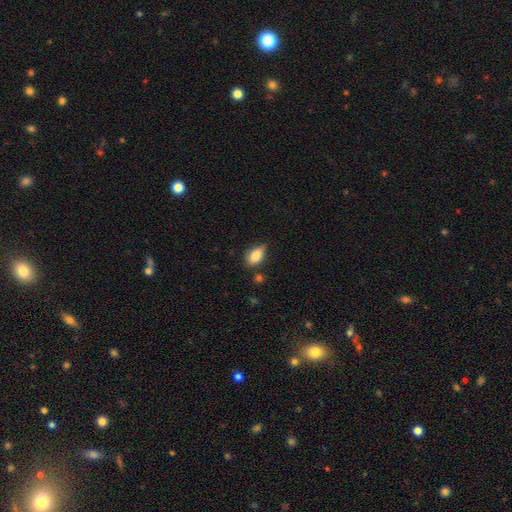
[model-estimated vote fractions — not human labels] A smooth galaxy with no disk features (82%) that is in between round and cigar-shaped (85%).

Vote fractions:
- Smooth or featured? smooth: 82% / featured or disk: 10% / star or artifact: 8%
- How rounded? in between: 85% / round: 12% / cigar-shaped: 4%
- Merging? none: 56% / minor disturbance: 33% / major disturbance: 6% / merger: 4%